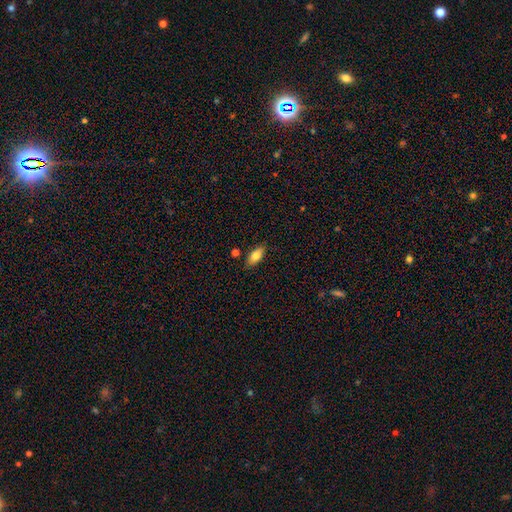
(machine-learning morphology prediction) This appears to be a smooth galaxy with no disk features (80%) that is in between round and cigar-shaped (86%). Merging: none (83%).